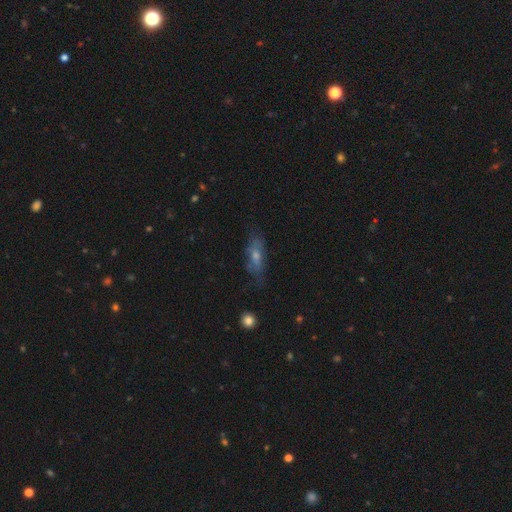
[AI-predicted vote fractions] Smooth or featured: featured or disk — 47% (smooth — 40%)
Merging: none — 68% (minor disturbance — 22%)